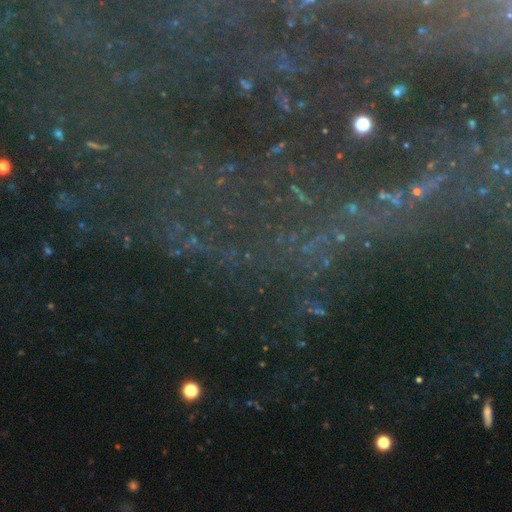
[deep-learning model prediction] A star or artifact, not a galaxy (79%).